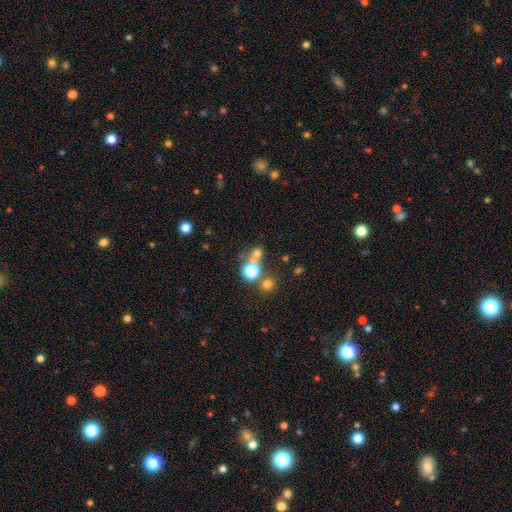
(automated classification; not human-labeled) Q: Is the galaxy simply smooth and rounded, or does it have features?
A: smooth — 59%.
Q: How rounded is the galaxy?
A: round — 83%.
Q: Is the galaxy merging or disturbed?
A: none — 54%.